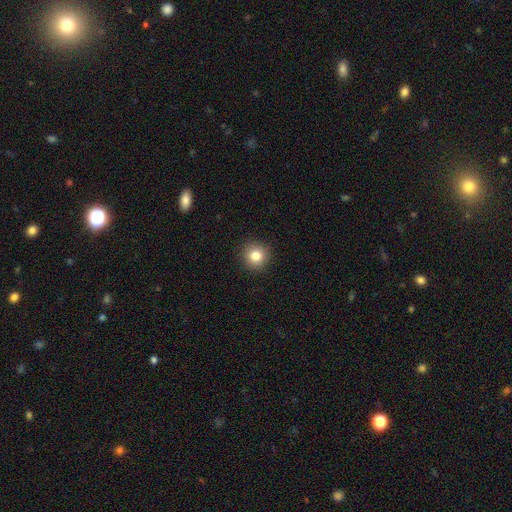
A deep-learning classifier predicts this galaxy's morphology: The model was most divided on "smooth or featured": smooth: 83%, star or artifact: 11%, featured or disk: 6%. More confident: how rounded — round (94%); merging — none (92%).